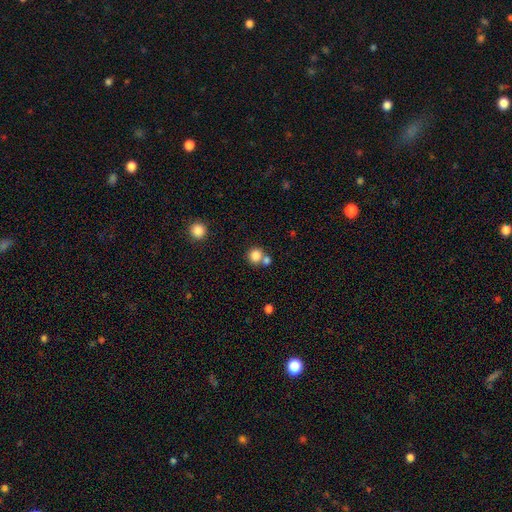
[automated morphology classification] A smooth galaxy with no disk features (83%) that is round (85%).

Vote fractions:
- Smooth or featured? smooth: 83% / star or artifact: 11% / featured or disk: 6%
- How rounded? round: 85% / in between: 14% / cigar-shaped: 1%
- Merging? none: 55% / merger: 34% / minor disturbance: 8% / major disturbance: 3%